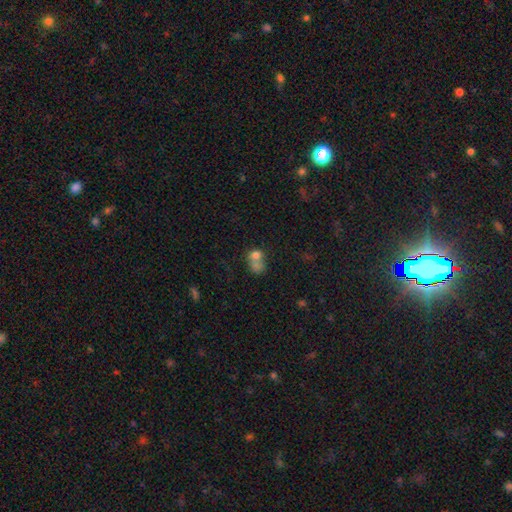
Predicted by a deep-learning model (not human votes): smooth_or_featured: smooth (p=0.70) [alt: featured or disk p=0.16]
how_rounded: round (p=0.64) [alt: in between p=0.35]
merging: merger (p=0.60) [alt: none p=0.26]